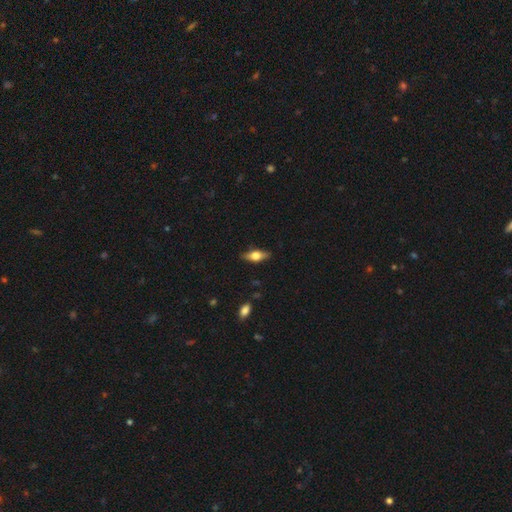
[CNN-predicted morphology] Overall: smooth (49%; featured or disk 45%). Merging: none (87%).